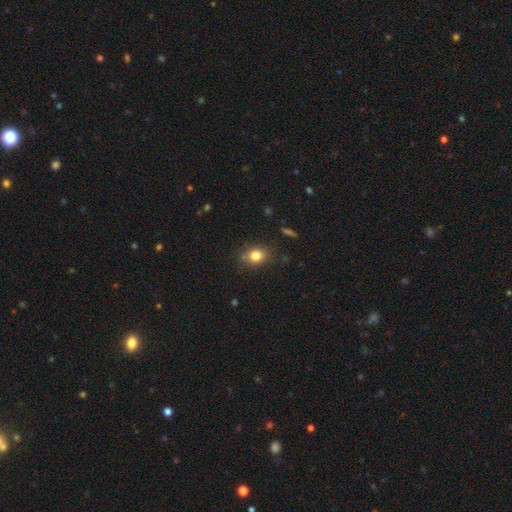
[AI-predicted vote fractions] Morphology: type=smooth (81%); roundness=round (64%); merging=none (80%).